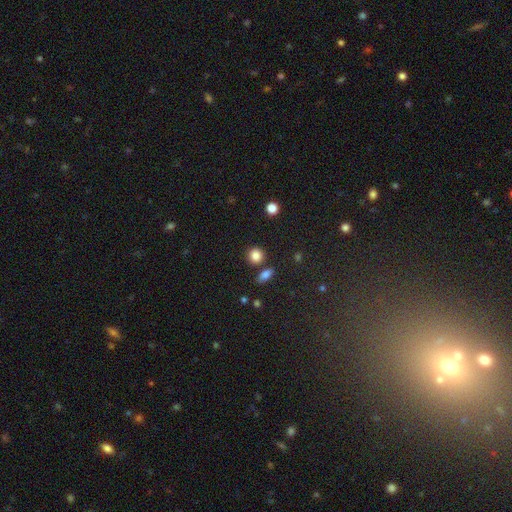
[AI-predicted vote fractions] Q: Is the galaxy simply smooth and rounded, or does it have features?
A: smooth — 85%.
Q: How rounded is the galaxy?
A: round — 86%.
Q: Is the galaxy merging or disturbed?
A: none — 79%.